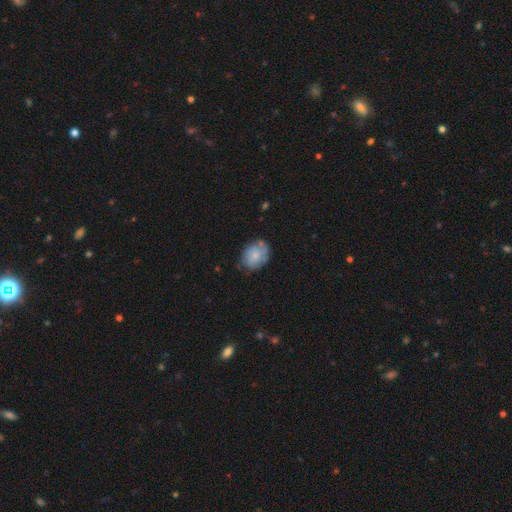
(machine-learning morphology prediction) This is likely a smooth galaxy (68%). How rounded: possibly in between (57%). Merging: likely none (64%).